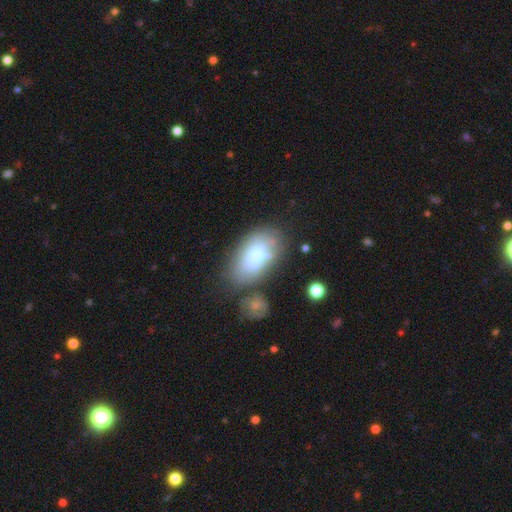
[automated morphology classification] Smooth or featured: smooth — 72% (featured or disk — 20%)
How rounded: in between — 92% (round — 6%)
Merging: none — 66% (minor disturbance — 17%)